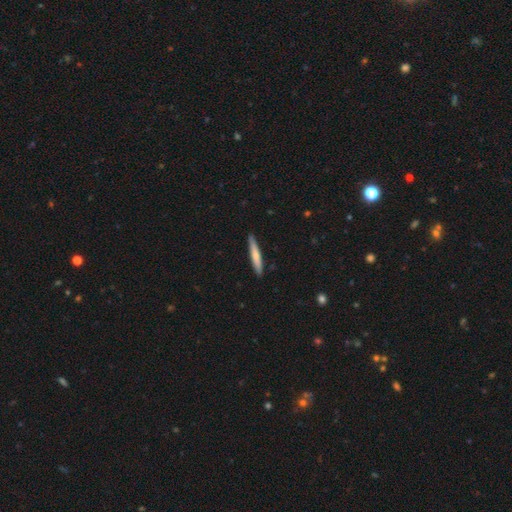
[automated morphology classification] Smooth or featured? Predicted: smooth (p=0.66). How rounded? Predicted: cigar-shaped (p=0.94). Merging? Predicted: none (p=0.89).